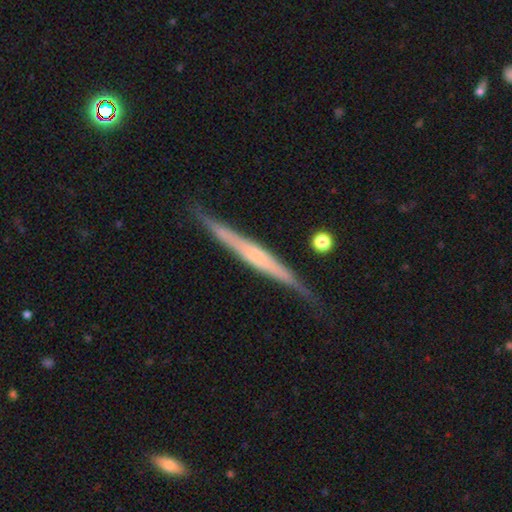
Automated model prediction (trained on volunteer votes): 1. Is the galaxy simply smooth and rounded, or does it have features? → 69% featured or disk, 25% smooth, 6% star or artifact.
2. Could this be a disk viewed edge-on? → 96% yes, 4% no.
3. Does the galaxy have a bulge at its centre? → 46% none, 29% rounded, 24% boxy.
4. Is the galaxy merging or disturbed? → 77% none, 17% minor disturbance, 4% major disturbance, 2% merger.